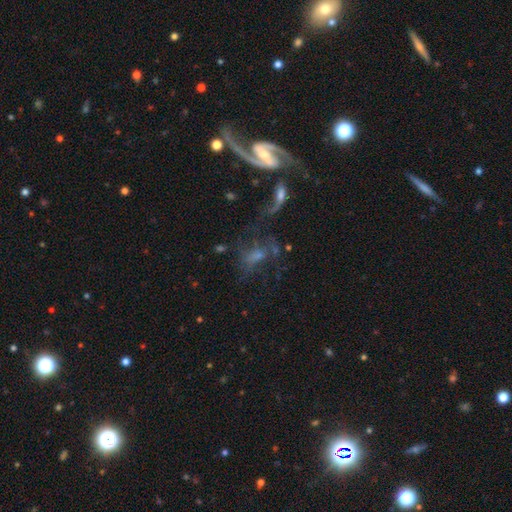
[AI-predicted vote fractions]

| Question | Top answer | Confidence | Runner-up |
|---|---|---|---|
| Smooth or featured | featured or disk | 49% | smooth (31%) |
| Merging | major disturbance | 35% | none (30%) |